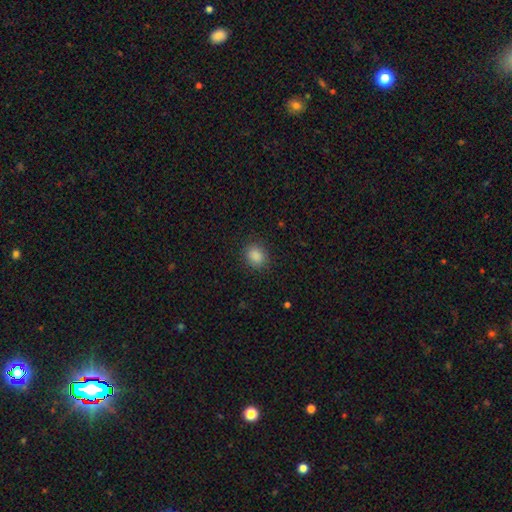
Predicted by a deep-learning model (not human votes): Morphology: type=smooth (87%); roundness=round (59%); merging=none (87%).